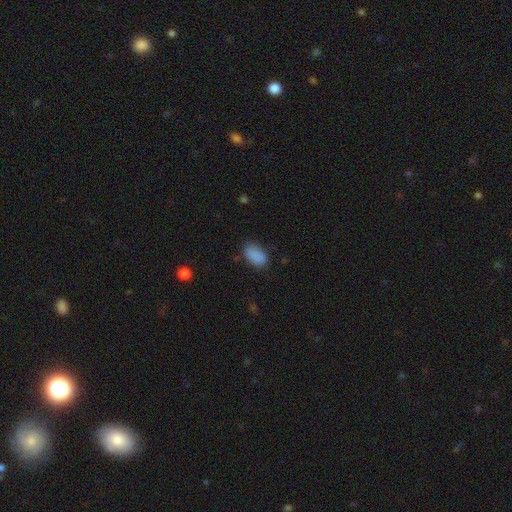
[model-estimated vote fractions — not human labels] Smooth or featured: smooth — 87% (star or artifact — 9%)
How rounded: in between — 92% (round — 6%)
Merging: none — 75% (minor disturbance — 18%)